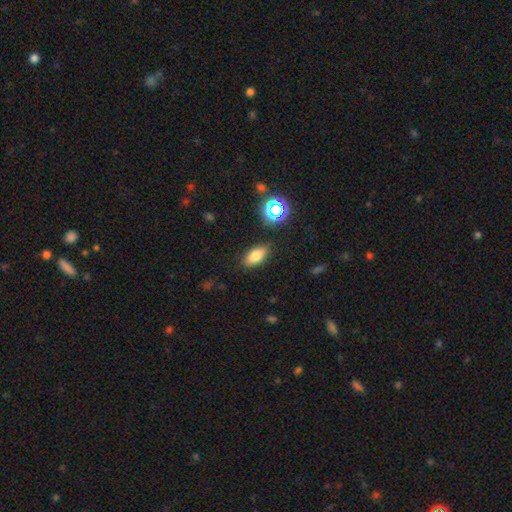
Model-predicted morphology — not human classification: The model was most divided on "smooth or featured": smooth: 75%, star or artifact: 13%, featured or disk: 12%. More confident: merging — none (86%); how rounded — in between (84%).